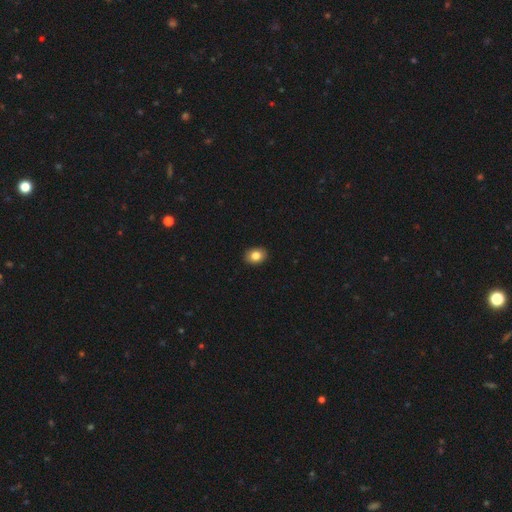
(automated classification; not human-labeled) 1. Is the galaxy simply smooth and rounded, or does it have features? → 84% smooth, 9% star or artifact, 7% featured or disk.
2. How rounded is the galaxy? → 61% in between, 39% round, 1% cigar-shaped.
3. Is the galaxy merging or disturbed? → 91% none, 6% minor disturbance, 1% major disturbance, 1% merger.